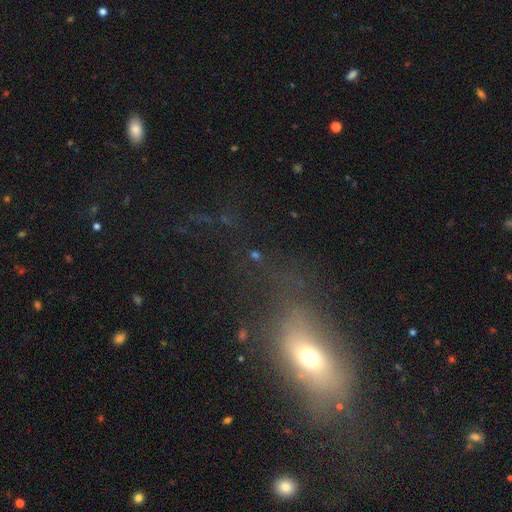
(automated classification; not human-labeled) smooth-or-featured: star or artifact: 44% | smooth: 33% | featured or disk: 23%